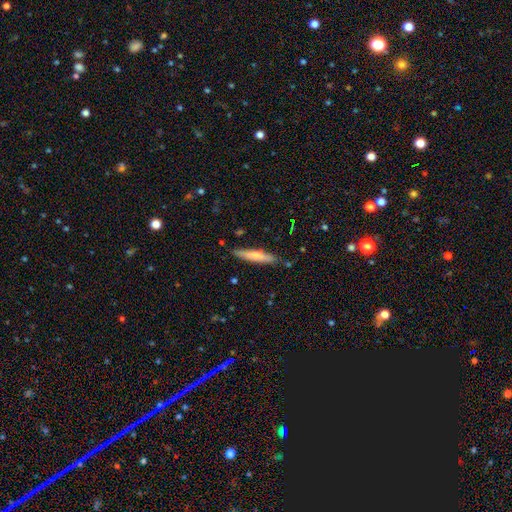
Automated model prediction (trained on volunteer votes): This appears to be a smooth galaxy with no disk features (62%) that is cigar-shaped (91%). Merging: none (85%).